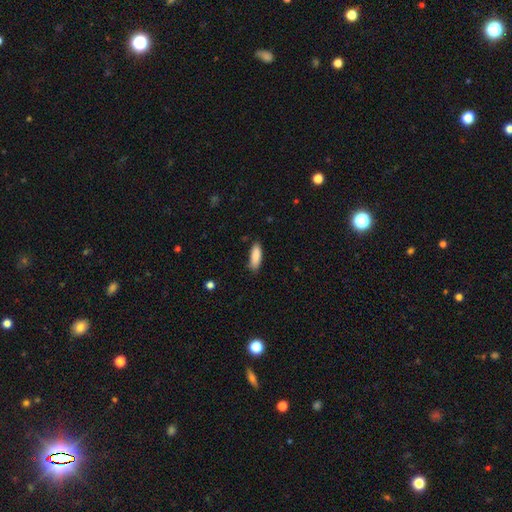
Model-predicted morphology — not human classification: The model was most divided on "how rounded": in between: 59%, cigar-shaped: 39%, round: 2%. More confident: smooth or featured — smooth (88%); merging — none (81%).